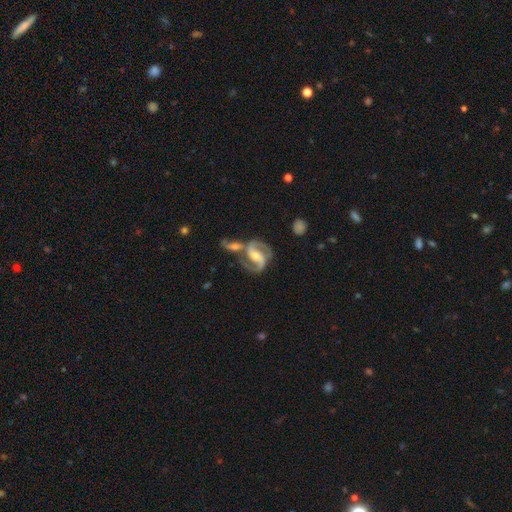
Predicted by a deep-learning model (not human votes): Smooth or featured?
  - featured or disk: 91% *
  - star or artifact: 5%
  - smooth: 4%
Edge-on disk?
  - no: 97% *
  - yes: 3%
Bar?
  - strong: 43% *
  - weak: 36%
  - no: 21%
Spiral arms?
  - yes: 98% *
  - no: 2%
Spiral winding?
  - medium: 61% *
  - tight: 21%
  - loose: 18%
Spiral arm count?
  - 2: 92% *
  - 3: 2%
  - can't tell: 2%
  - 1: 2%
  - 4: 1%
  - more than 4: 1%
Bulge size?
  - moderate: 53% *
  - small: 41%
  - large: 3%
  - none: 2%
  - dominant: 1%
Merging?
  - none: 46% *
  - merger: 33%
  - minor disturbance: 14%
  - major disturbance: 8%